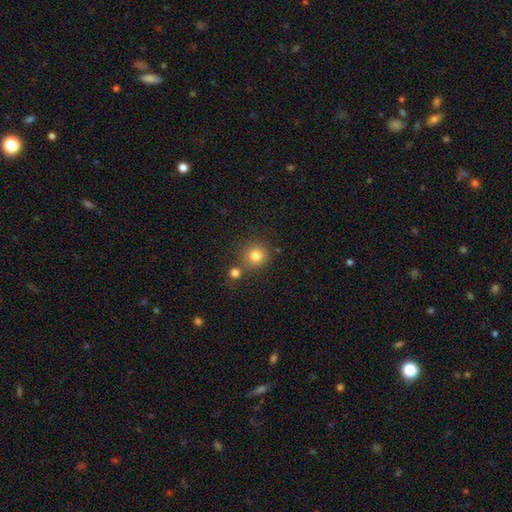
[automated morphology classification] This is likely a smooth galaxy (80%). How rounded: clearly round (90%). Merging: likely none (67%).